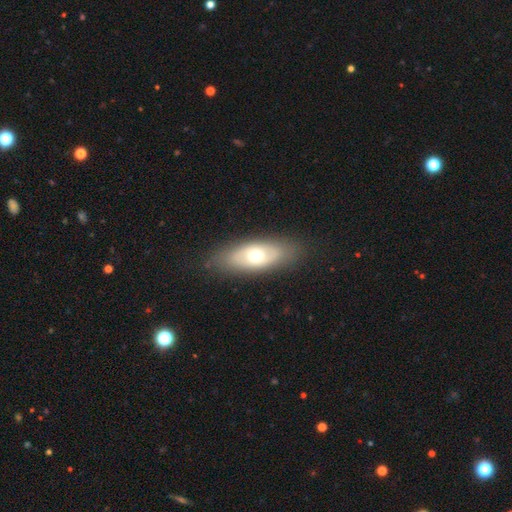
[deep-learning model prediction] smooth 54%, featured or disk 40%, star or artifact 6%. Down the decision tree: how rounded — in between (81%); merging — none (83%).